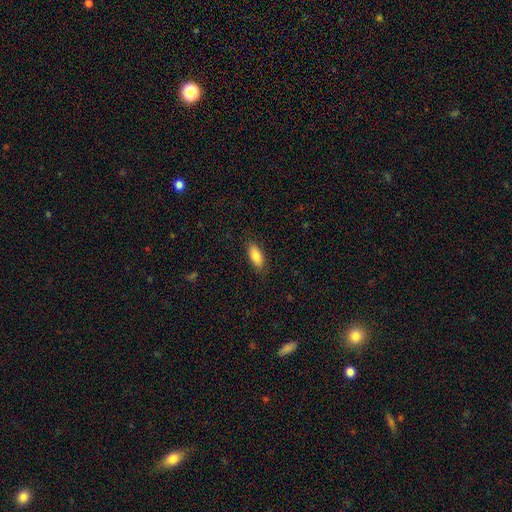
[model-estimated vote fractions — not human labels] Smooth or featured?
  - smooth: 84% *
  - featured or disk: 10%
  - star or artifact: 7%
How rounded?
  - in between: 86% *
  - cigar-shaped: 12%
  - round: 2%
Merging?
  - none: 87% *
  - minor disturbance: 10%
  - major disturbance: 2%
  - merger: 1%